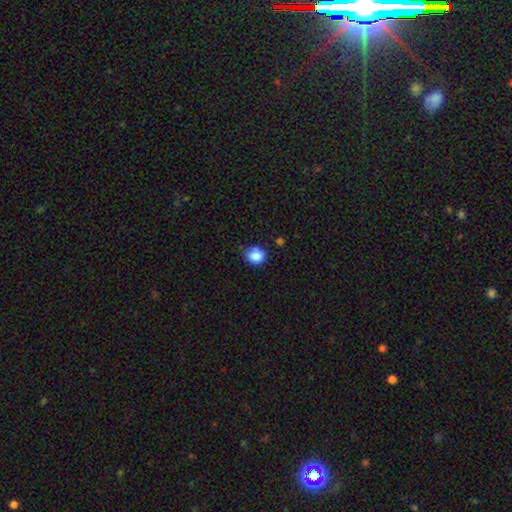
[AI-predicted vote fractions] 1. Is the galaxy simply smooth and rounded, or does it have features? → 86% smooth, 9% star or artifact, 5% featured or disk.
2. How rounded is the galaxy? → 78% round, 21% in between, 1% cigar-shaped.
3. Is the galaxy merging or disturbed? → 65% none, 26% minor disturbance, 5% major disturbance, 4% merger.